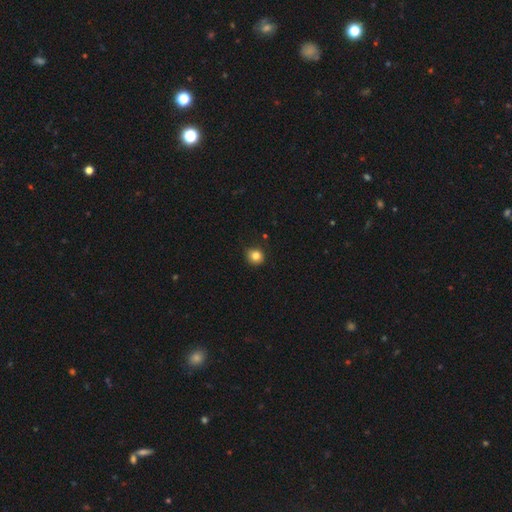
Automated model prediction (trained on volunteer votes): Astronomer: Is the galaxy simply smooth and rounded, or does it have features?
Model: smooth — 82%.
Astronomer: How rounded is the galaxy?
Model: round — 89%.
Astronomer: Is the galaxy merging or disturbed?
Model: none — 86%.